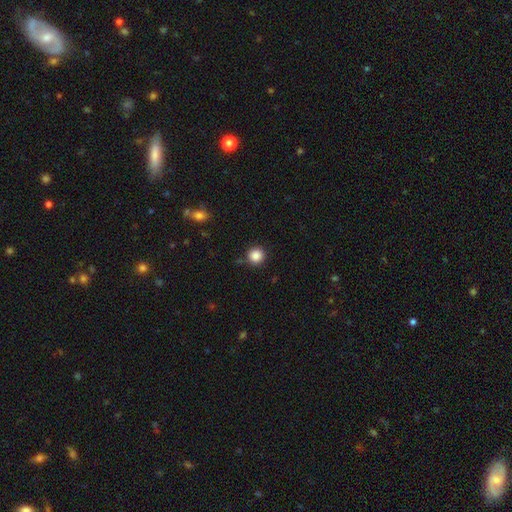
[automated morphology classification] type=smooth (86%); roundness=round (95%); merging=none (86%).